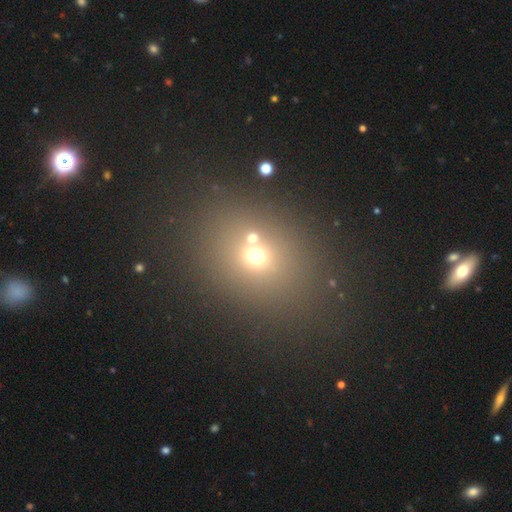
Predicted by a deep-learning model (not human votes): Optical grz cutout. It shows a smooth galaxy with no disk features (62%) that is round (57%). Merging: none (70%).